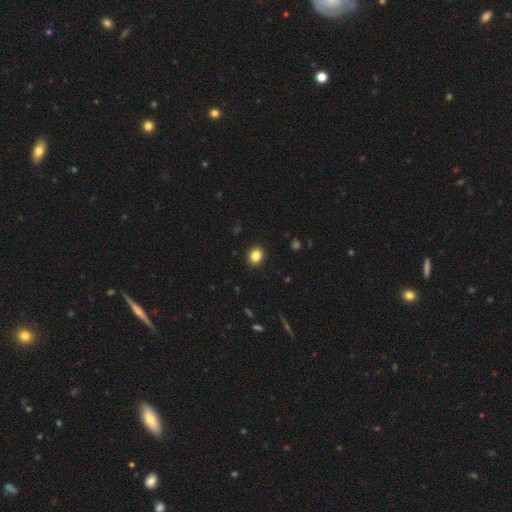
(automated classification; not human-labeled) A smooth galaxy with no disk features (84%) that is round (65%).

Vote fractions:
- Smooth or featured? smooth: 84% / star or artifact: 11% / featured or disk: 5%
- How rounded? round: 65% / in between: 35% / cigar-shaped: 1%
- Merging? none: 92% / minor disturbance: 6% / major disturbance: 2% / merger: 1%